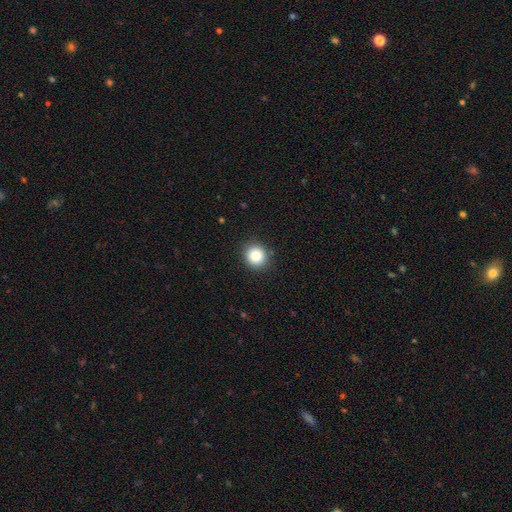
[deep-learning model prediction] The model was most divided on "smooth or featured": smooth: 86%, star or artifact: 10%, featured or disk: 4%. More confident: merging — none (89%); how rounded — round (88%).